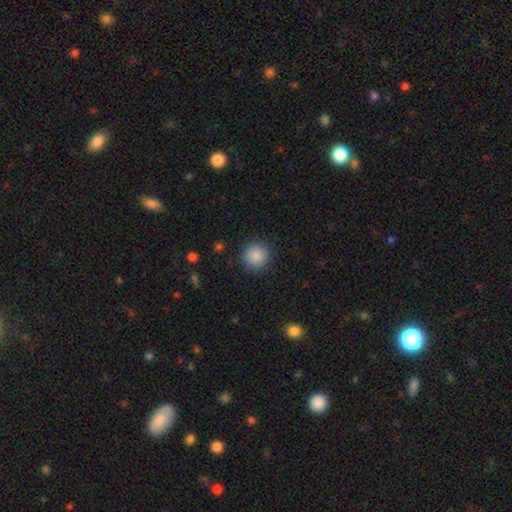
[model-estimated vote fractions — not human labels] This appears to be a smooth galaxy with no disk features (88%) that is round (94%). Merging: none (90%).